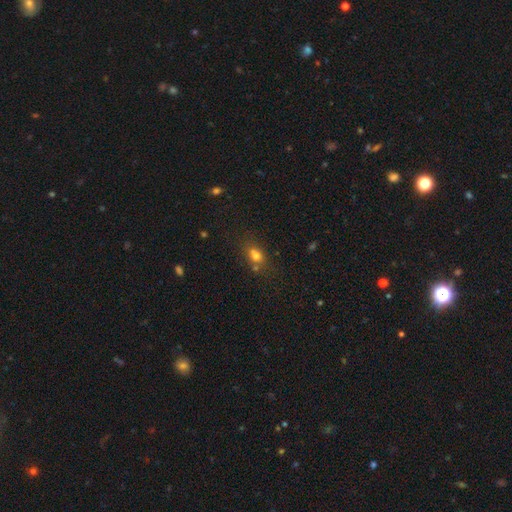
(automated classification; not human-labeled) Overall: smooth (71%). How rounded: in between (57%; round 40%). Merging: none (52%; merger 25%).